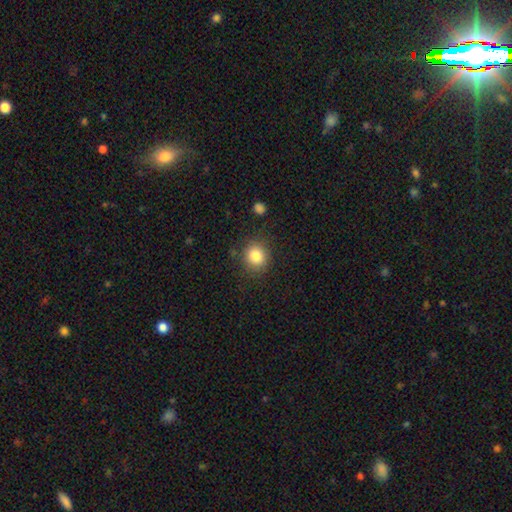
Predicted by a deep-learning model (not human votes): Morphology: type=smooth (83%); roundness=round (82%); merging=none (85%).